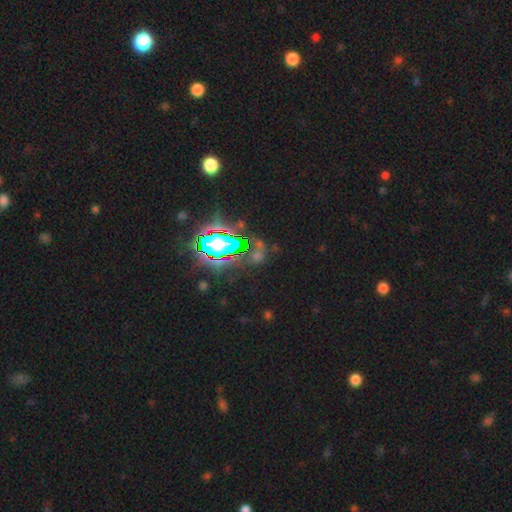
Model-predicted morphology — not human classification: smooth-or-featured: star or artifact: 66% | smooth: 20% | featured or disk: 13%